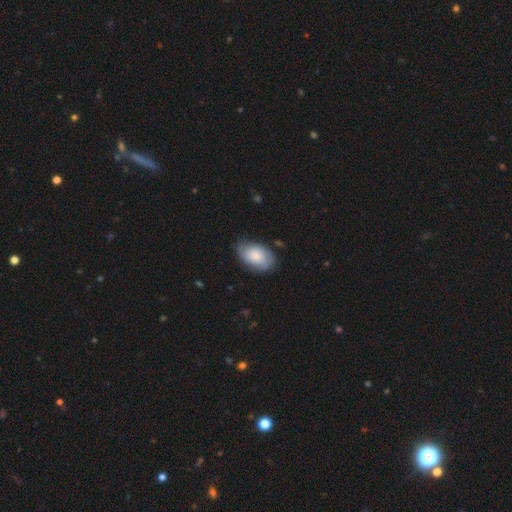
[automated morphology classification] This is likely a smooth galaxy (74%). How rounded: clearly in between (93%). Merging: likely none (75%).